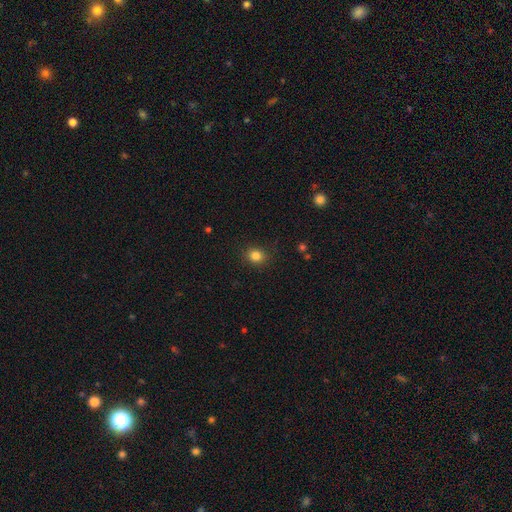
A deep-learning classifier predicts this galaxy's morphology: Smooth or featured?
  - smooth: 83% *
  - star or artifact: 12%
  - featured or disk: 5%
How rounded?
  - round: 78% *
  - in between: 21%
  - cigar-shaped: 1%
Merging?
  - none: 88% *
  - minor disturbance: 9%
  - major disturbance: 3%
  - merger: 1%